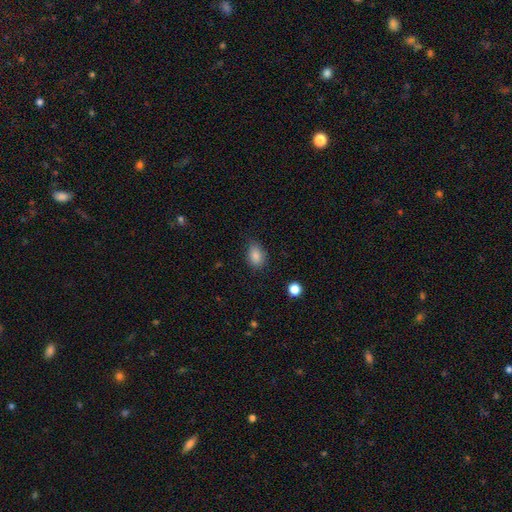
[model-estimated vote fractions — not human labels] A smooth galaxy with no disk features (86%) that is in between round and cigar-shaped (79%). Merging: none (75%).